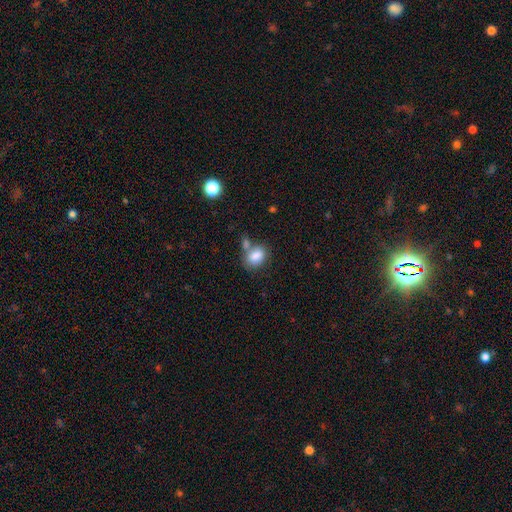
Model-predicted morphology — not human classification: Overall: smooth (85%). How rounded: in between (70%). Merging: none (50%; merger 27%).